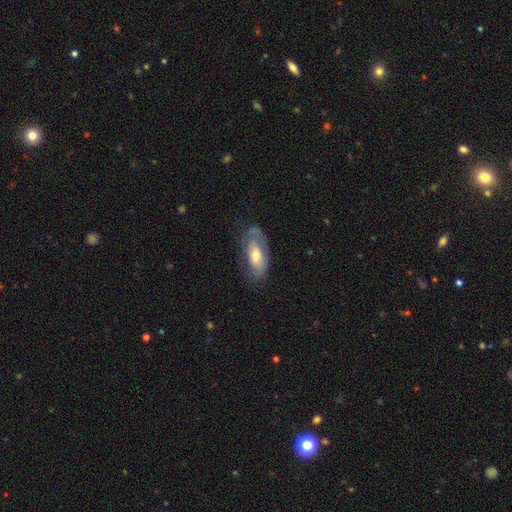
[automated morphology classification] Overall: smooth (48%; featured or disk 45%). Merging: none (57%; minor disturbance 27%).